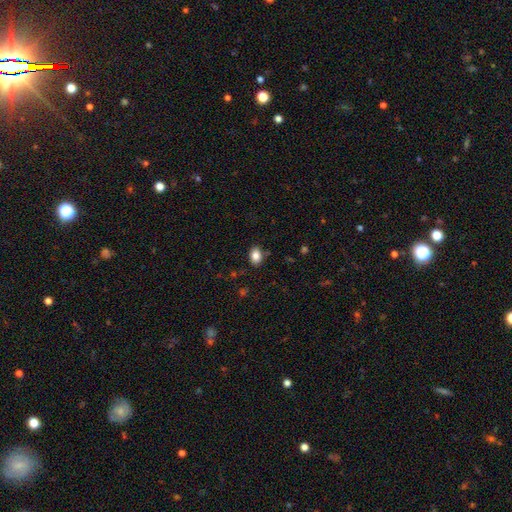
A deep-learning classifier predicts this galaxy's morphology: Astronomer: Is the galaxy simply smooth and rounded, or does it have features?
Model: smooth — 85%.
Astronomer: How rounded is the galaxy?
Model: in between — 76%.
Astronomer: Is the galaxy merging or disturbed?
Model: none — 85%.